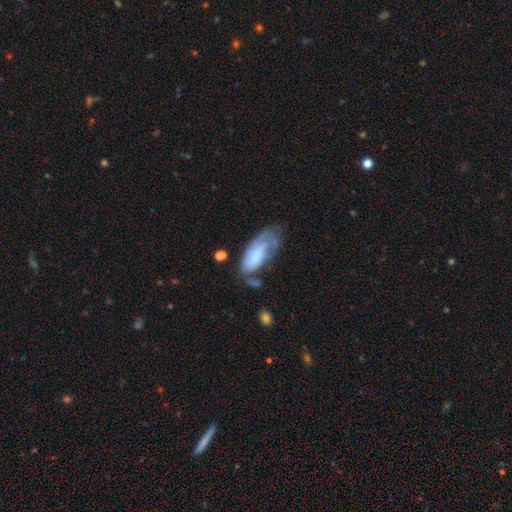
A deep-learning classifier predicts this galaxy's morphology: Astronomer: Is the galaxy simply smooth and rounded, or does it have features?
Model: smooth — 59%.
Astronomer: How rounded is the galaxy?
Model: in between — 84%.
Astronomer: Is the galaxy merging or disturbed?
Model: none — 35% (runner-up: minor disturbance, 32%).